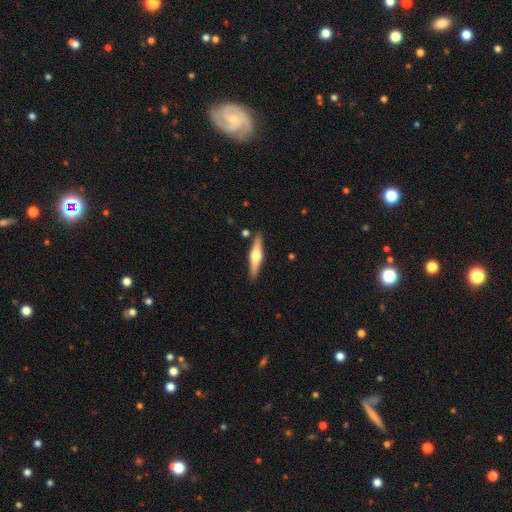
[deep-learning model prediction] Overall: featured or disk (63%; smooth 31%). Edge-on disk: yes (97%). Edge-on bulge: rounded (94%). Merging: none (88%).